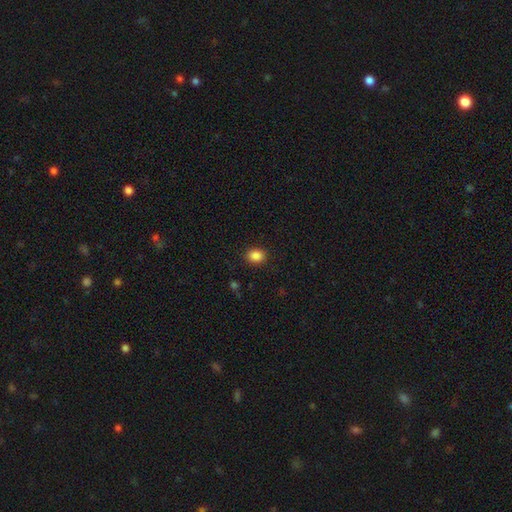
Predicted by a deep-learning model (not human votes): smooth 87%, star or artifact 10%, featured or disk 3%. Down the decision tree: how rounded — round (55%); merging — none (89%).